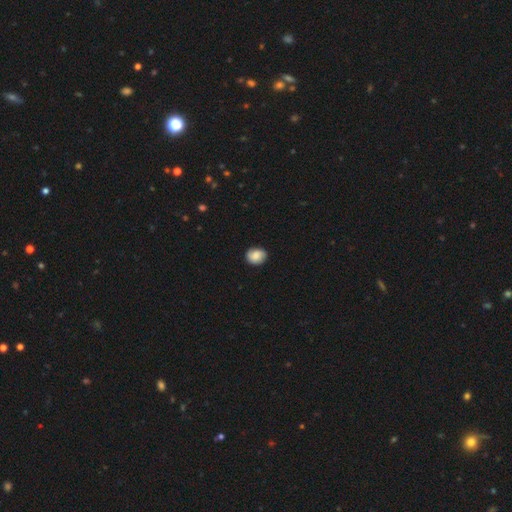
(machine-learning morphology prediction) Smooth or featured?
  - smooth: 78% *
  - featured or disk: 14%
  - star or artifact: 8%
How rounded?
  - round: 53% *
  - in between: 46%
  - cigar-shaped: 1%
Merging?
  - none: 83% *
  - minor disturbance: 13%
  - major disturbance: 3%
  - merger: 1%